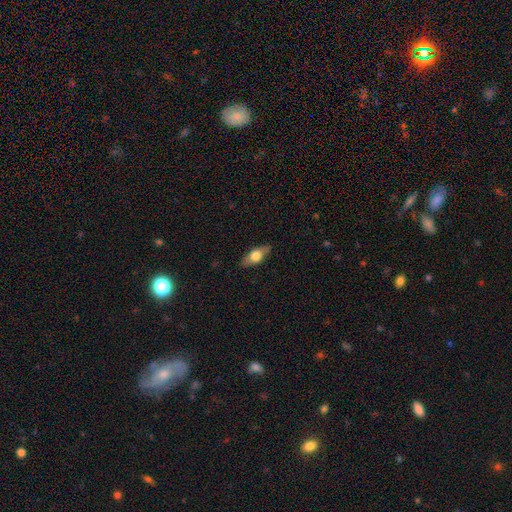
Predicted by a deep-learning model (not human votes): Smooth or featured? Predicted: smooth (p=0.59). How rounded? Predicted: in between (p=0.77). Merging? Predicted: none (p=0.85).